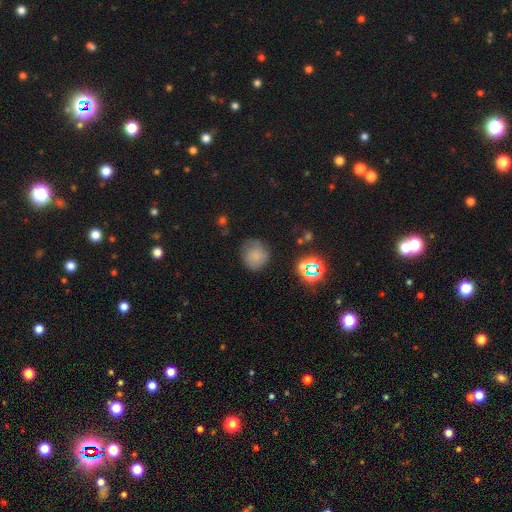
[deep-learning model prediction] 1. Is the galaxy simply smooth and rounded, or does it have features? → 76% smooth, 15% star or artifact, 9% featured or disk.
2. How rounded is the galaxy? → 84% round, 15% in between, 1% cigar-shaped.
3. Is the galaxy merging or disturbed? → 72% none, 20% minor disturbance, 6% major disturbance, 3% merger.